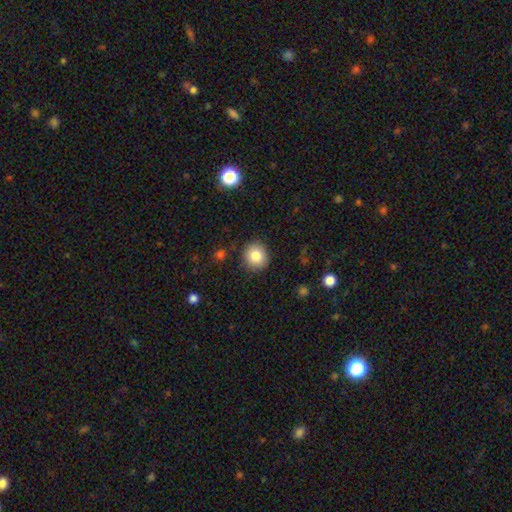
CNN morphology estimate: smooth_or_featured: smooth (p=0.83) [alt: star or artifact p=0.10]
how_rounded: round (p=0.90) [alt: in between p=0.09]
merging: none (p=0.90) [alt: minor disturbance p=0.07]